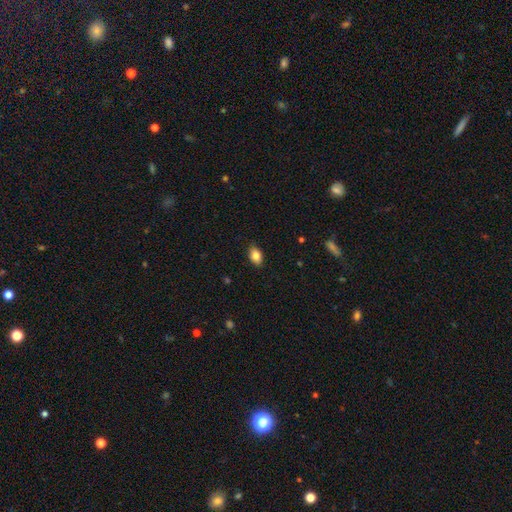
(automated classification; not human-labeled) The model was most divided on "smooth or featured": smooth: 83%, featured or disk: 9%, star or artifact: 8%. More confident: how rounded — in between (87%); merging — none (87%).